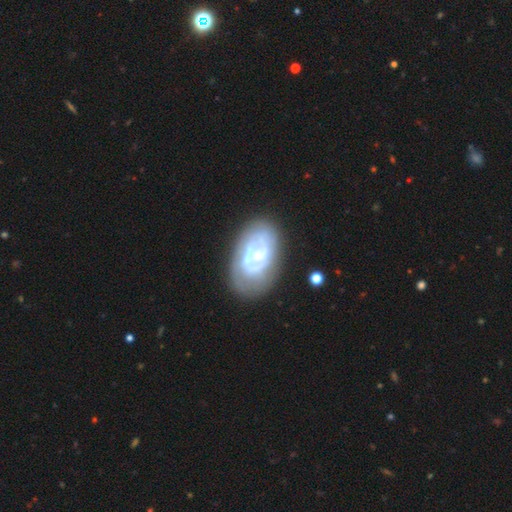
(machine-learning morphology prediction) A featured or disk galaxy (73%) with no bar (71%), spiral arms (59%) and a small central bulge (55%). Merging: none (61%).